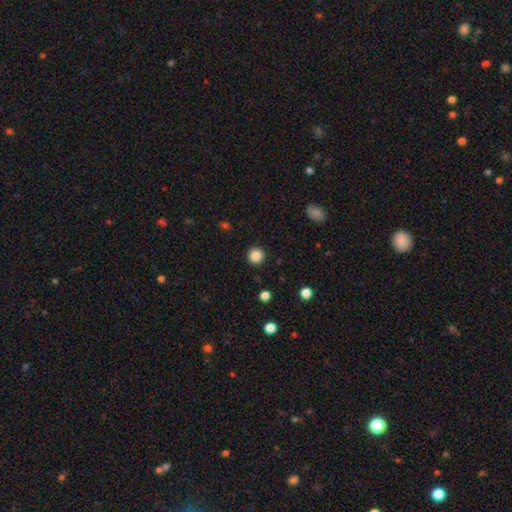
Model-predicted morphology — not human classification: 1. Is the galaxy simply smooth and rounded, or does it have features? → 86% smooth, 11% star or artifact, 4% featured or disk.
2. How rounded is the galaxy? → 96% round, 4% in between, 1% cigar-shaped.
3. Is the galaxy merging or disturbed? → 92% none, 5% minor disturbance, 2% major disturbance, 1% merger.